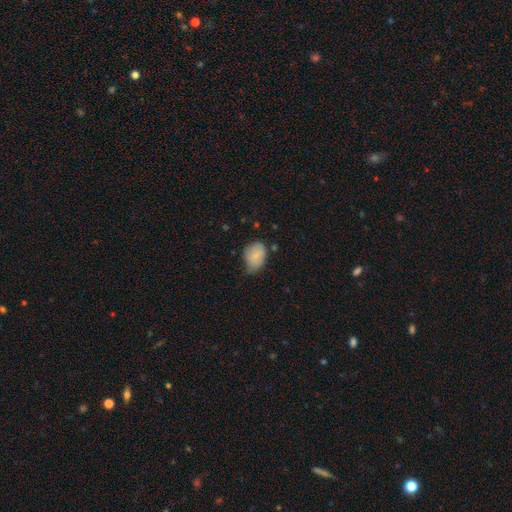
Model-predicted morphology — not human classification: This is clearly a smooth galaxy (82%). How rounded: likely in between (70%). Merging: marginally minor disturbance (45%).